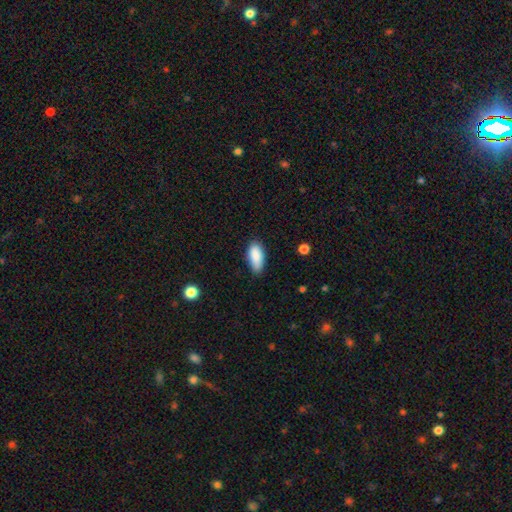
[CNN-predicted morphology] Smooth or featured?
  - smooth: 88% *
  - star or artifact: 7%
  - featured or disk: 5%
How rounded?
  - in between: 89% *
  - cigar-shaped: 9%
  - round: 2%
Merging?
  - none: 78% *
  - minor disturbance: 18%
  - major disturbance: 3%
  - merger: 1%